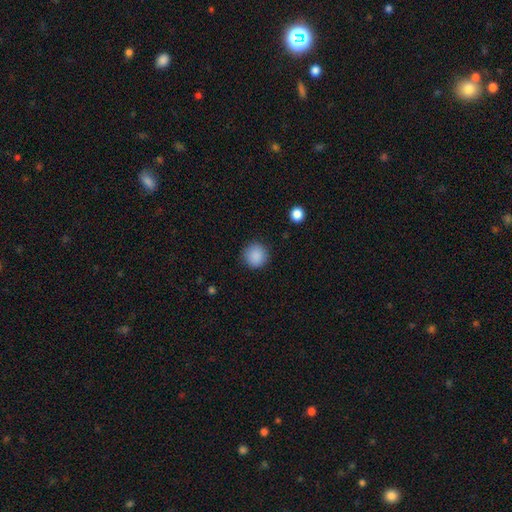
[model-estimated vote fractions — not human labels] A smooth galaxy with no disk features (89%) that is round (94%). Merging: none (90%).